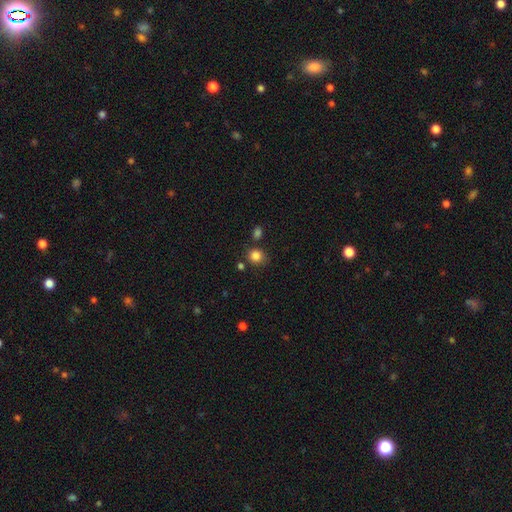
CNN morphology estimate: Overall: smooth (84%). How rounded: round (81%). Merging: none (77%).